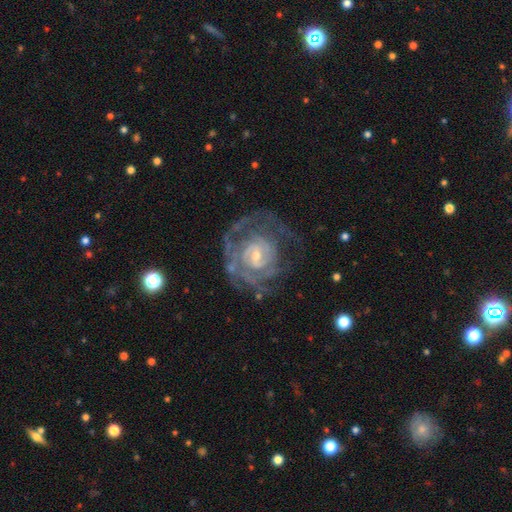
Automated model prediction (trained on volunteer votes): A featured or disk galaxy (85%) with no bar (58%), tight (69%) spiral arms (88%) and a small central bulge (60%). Merging: none (59%).